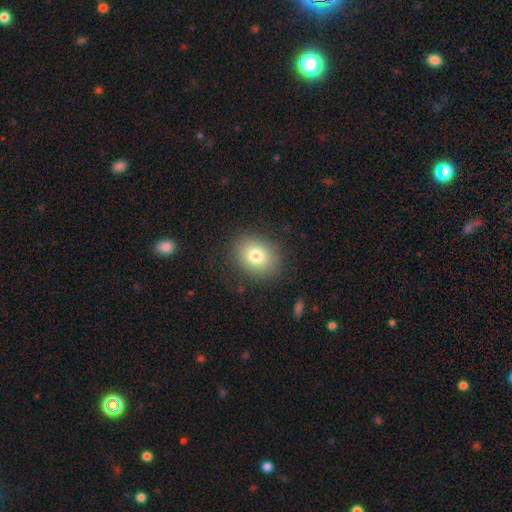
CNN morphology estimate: type=smooth (78%); roundness=in between (51%); merging=none (84%).